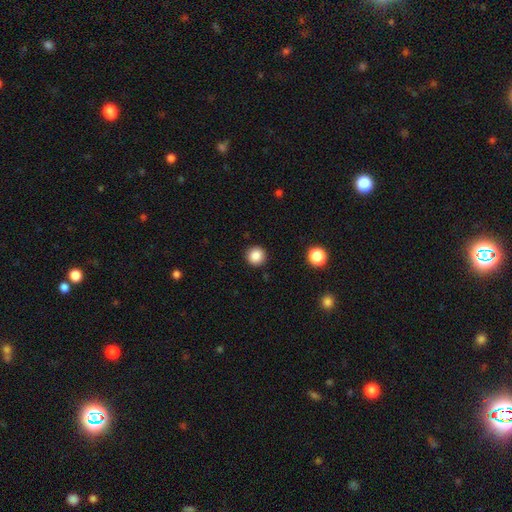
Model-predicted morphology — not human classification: Smooth or featured? smooth (86%)
How rounded? round (95%)
Merging? none (92%)